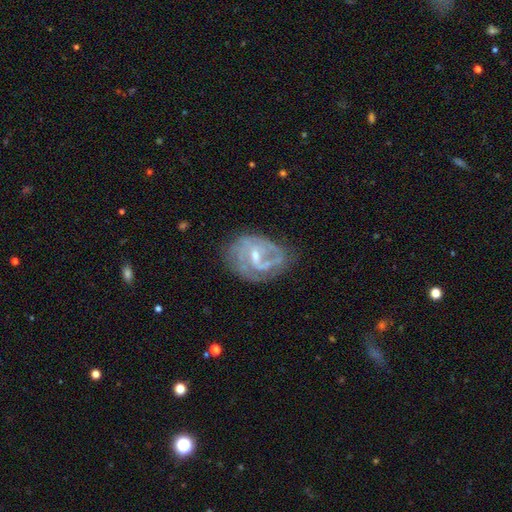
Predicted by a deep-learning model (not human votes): featured or disk 83%, smooth 10%, star or artifact 7%. Down the decision tree: edge-on disk — no (97%); bar — weak (54%); spiral arms — yes (89%); spiral arm count — 2 (43%); spiral winding — medium (43%); bulge size — small (54%); merging — none (59%).